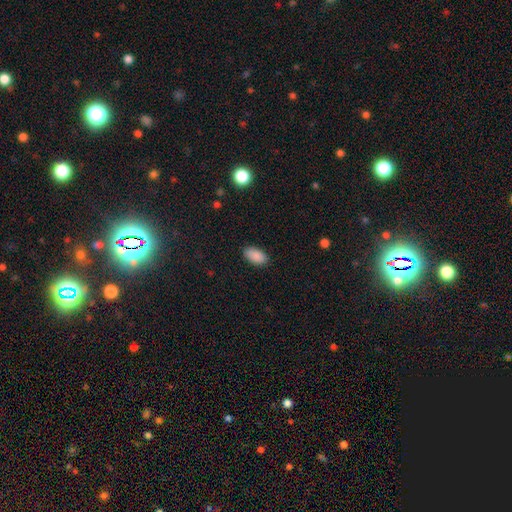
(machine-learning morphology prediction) The model was most divided on "merging": none: 86%, minor disturbance: 10%, major disturbance: 2%, merger: 1%. More confident: how rounded — in between (95%); smooth or featured — smooth (89%).